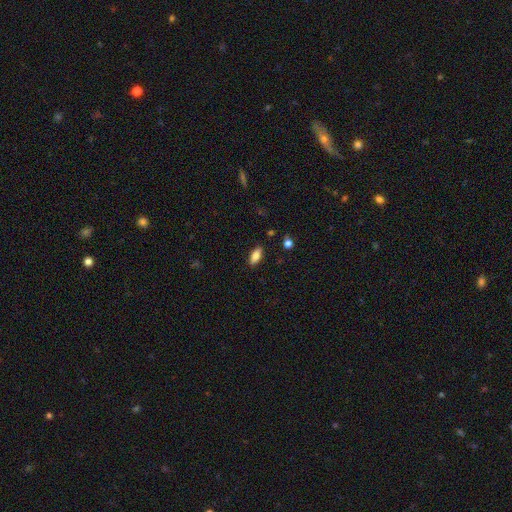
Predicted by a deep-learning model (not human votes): smooth-or-featured: smooth: 81% | featured or disk: 11% | star or artifact: 8%
  how-rounded: in between: 85% | cigar-shaped: 12% | round: 3%
  merging: none: 87% | minor disturbance: 9% | major disturbance: 2% | merger: 1%